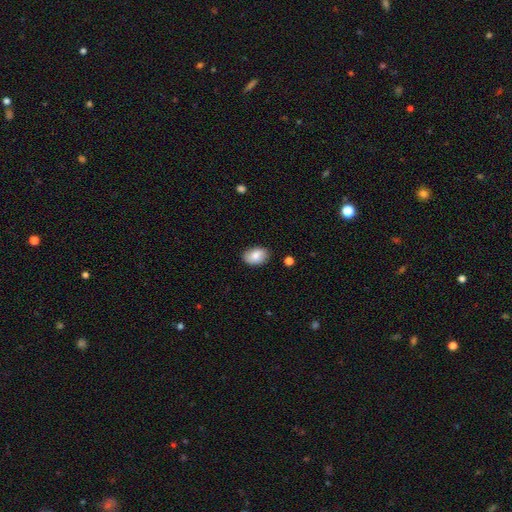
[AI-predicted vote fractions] Smooth or featured? Predicted: smooth (p=0.81). How rounded? Predicted: in between (p=0.83). Merging? Predicted: none (p=0.84).